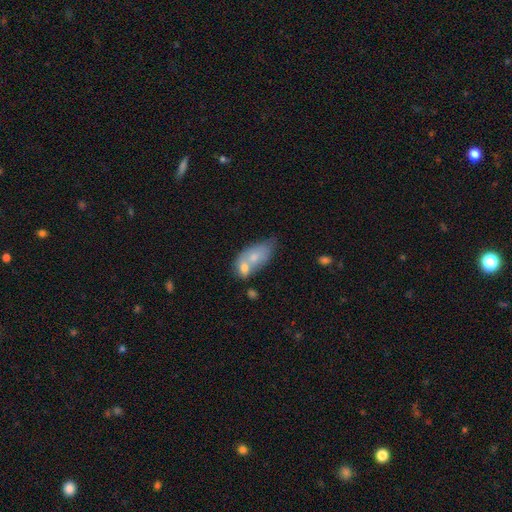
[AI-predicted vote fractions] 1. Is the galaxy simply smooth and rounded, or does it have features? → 67% smooth, 26% featured or disk, 7% star or artifact.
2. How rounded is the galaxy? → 87% in between, 8% round, 5% cigar-shaped.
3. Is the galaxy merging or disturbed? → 56% merger, 21% none, 15% minor disturbance, 8% major disturbance.